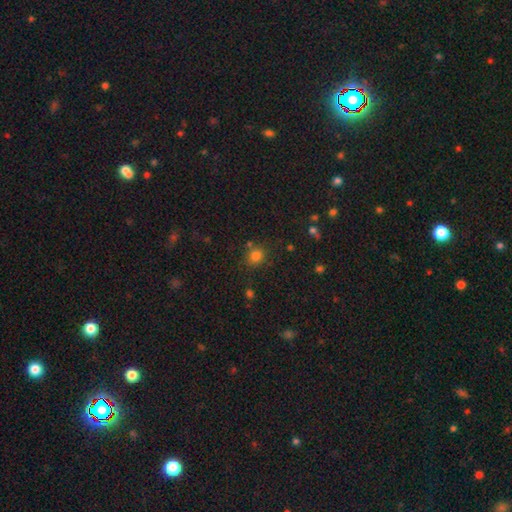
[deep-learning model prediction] Smooth or featured? Predicted: smooth (p=0.78). How rounded? Predicted: round (p=0.76). Merging? Predicted: none (p=0.74).